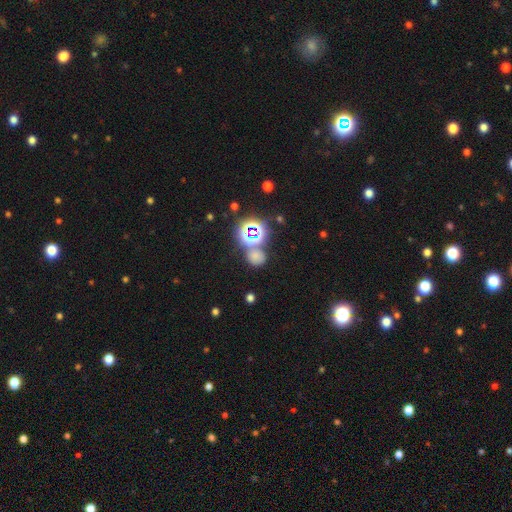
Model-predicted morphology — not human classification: The model was most divided on "smooth or featured": smooth: 49%, star or artifact: 43%, featured or disk: 8%. More confident: merging — none (66%).